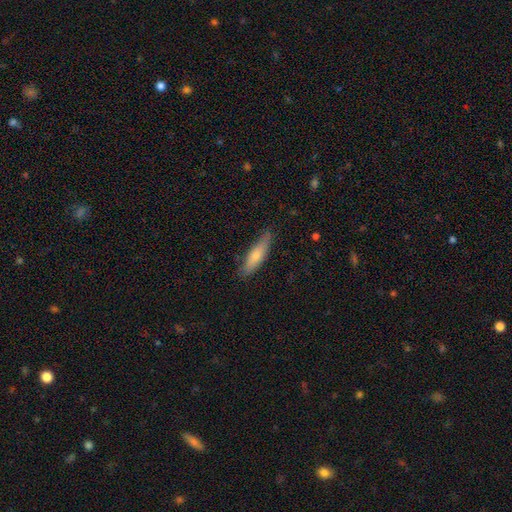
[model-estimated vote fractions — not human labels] Smooth or featured?
  - smooth: 70% *
  - featured or disk: 24%
  - star or artifact: 6%
How rounded?
  - cigar-shaped: 69% *
  - in between: 29%
  - round: 2%
Merging?
  - none: 81% *
  - minor disturbance: 15%
  - major disturbance: 3%
  - merger: 1%